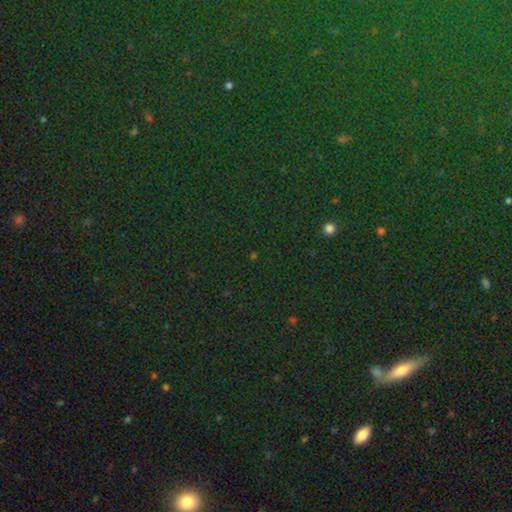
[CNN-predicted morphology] Smooth or featured?
  - star or artifact: 76% *
  - smooth: 14%
  - featured or disk: 10%